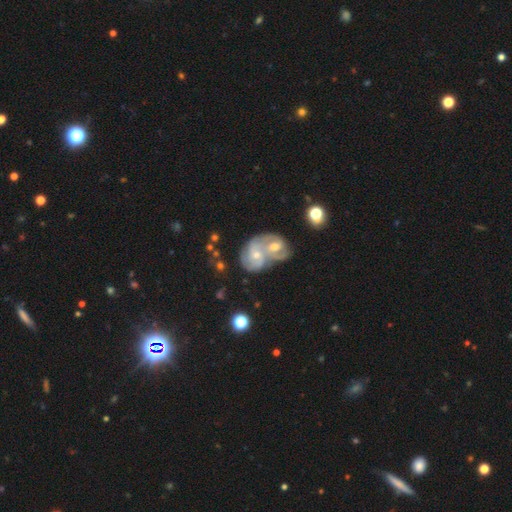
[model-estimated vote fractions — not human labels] Morphology: type=featured or disk (72%); edge-on=no (97%); bar=no (65%); spiral arms=yes (87%); winding=tight (45%); arm count=2 (41%); bulge=moderate (49%); merging=merger (74%).